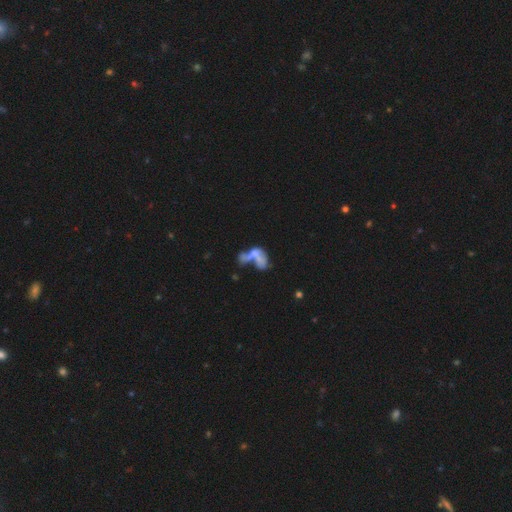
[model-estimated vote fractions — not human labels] This appears to be a featured or disk galaxy (43%, tied with smooth). Merging: merger (62%).